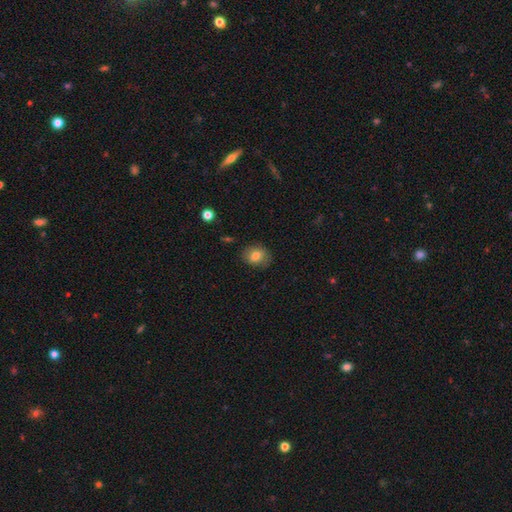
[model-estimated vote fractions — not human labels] Overall: smooth (80%). How rounded: round (52%; in between 47%). Merging: none (79%).